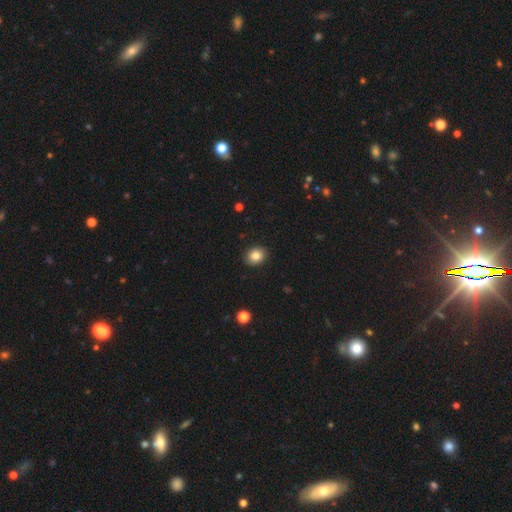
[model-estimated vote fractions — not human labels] smooth 84%, star or artifact 9%, featured or disk 7%. Down the decision tree: how rounded — round (52%); merging — none (89%).